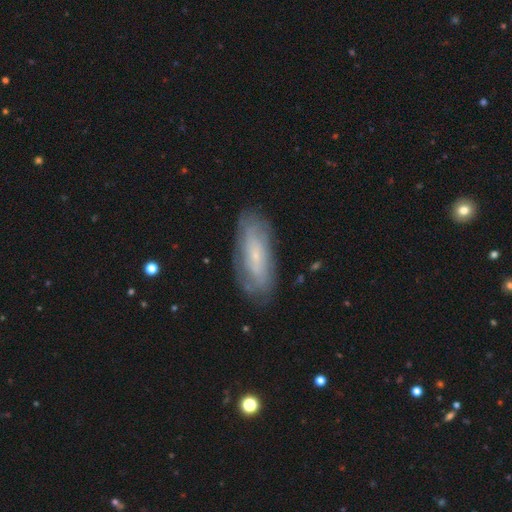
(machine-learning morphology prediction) featured or disk 53%, smooth 39%, star or artifact 8%. Down the decision tree: edge-on disk — no (82%); merging — none (79%).